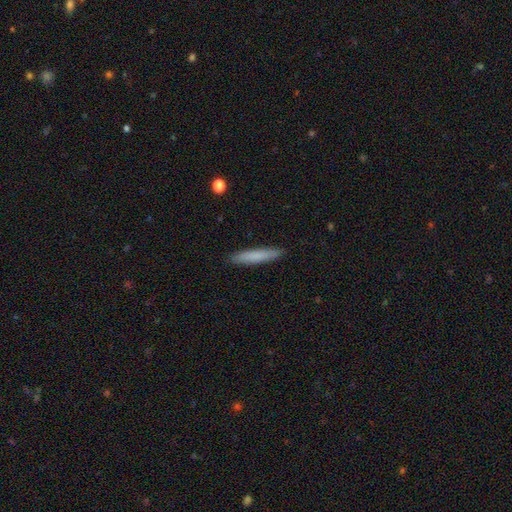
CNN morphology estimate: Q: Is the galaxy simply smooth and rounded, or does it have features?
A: smooth — 78%.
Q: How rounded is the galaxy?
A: cigar-shaped — 93%.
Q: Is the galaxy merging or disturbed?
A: none — 91%.